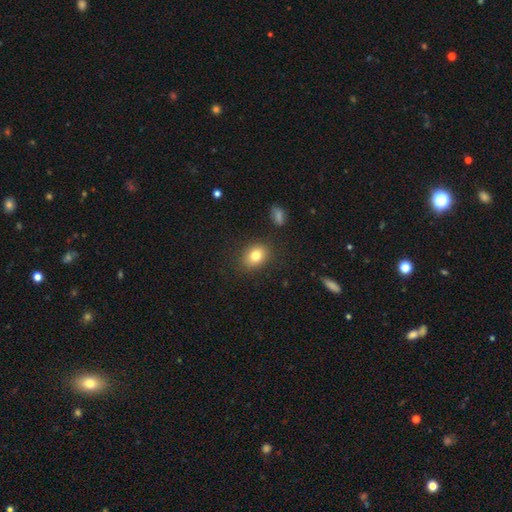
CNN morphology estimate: smooth 80%, star or artifact 10%, featured or disk 9%. Down the decision tree: how rounded — in between (58%); merging — none (84%).